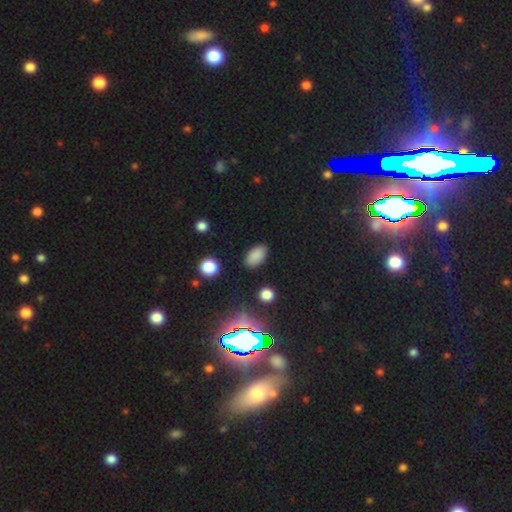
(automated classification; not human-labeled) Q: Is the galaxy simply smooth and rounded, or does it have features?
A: smooth — 83%.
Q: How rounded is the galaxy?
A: in between — 92%.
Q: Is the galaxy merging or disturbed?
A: none — 85%.